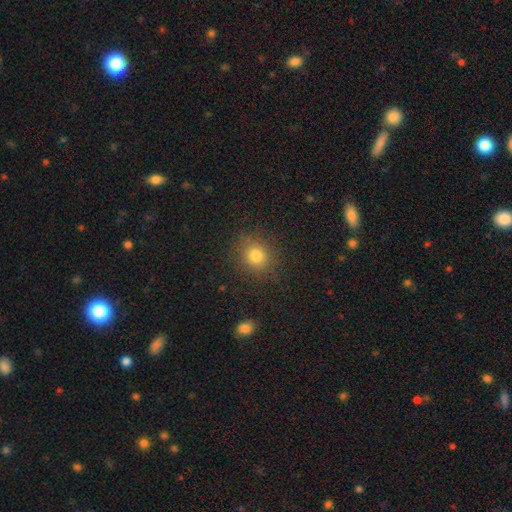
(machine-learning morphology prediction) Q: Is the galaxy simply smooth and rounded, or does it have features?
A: smooth — 79%.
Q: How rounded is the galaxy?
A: round — 81%.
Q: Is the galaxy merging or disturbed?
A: none — 87%.